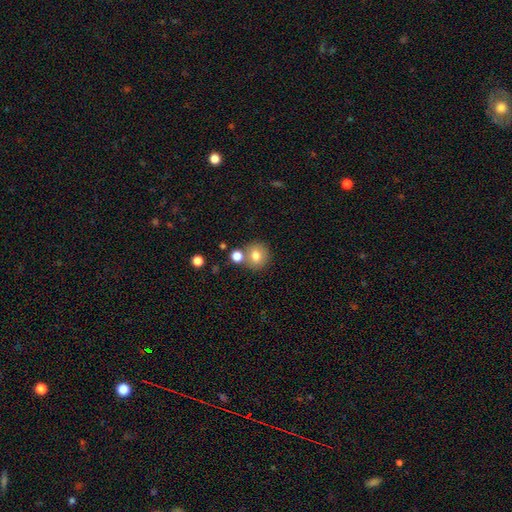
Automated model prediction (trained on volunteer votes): Smooth or featured? smooth (79%)
How rounded? round (89%)
Merging? none (68%)